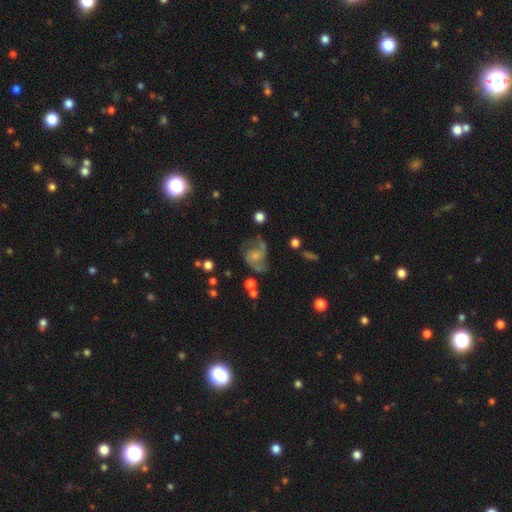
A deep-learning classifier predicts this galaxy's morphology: The model was most divided on "spiral winding": medium: 46%, loose: 41%, tight: 13%. Remaining: edge-on disk — no (98%); spiral arms — yes (89%); smooth or featured — featured or disk (70%); spiral arm count — 2 (67%); bar — no (66%); bulge size — small (56%); merging — none (47%).